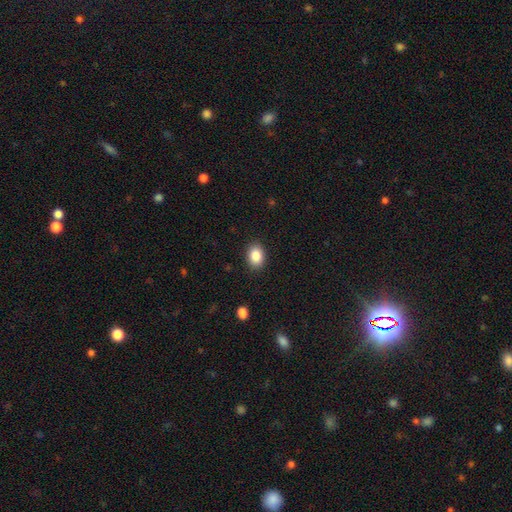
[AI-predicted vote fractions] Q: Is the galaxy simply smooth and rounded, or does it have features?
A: smooth — 87%.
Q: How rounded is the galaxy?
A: in between — 68%.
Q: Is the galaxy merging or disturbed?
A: none — 88%.